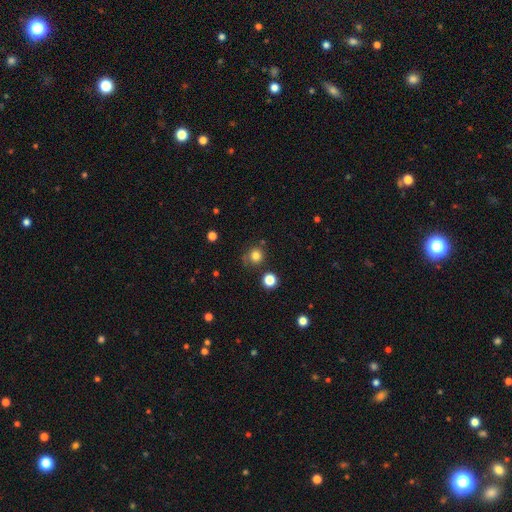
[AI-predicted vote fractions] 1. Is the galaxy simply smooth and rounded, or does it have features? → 80% smooth, 14% star or artifact, 6% featured or disk.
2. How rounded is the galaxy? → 90% round, 9% in between, 1% cigar-shaped.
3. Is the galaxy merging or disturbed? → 74% none, 15% minor disturbance, 6% merger, 5% major disturbance.